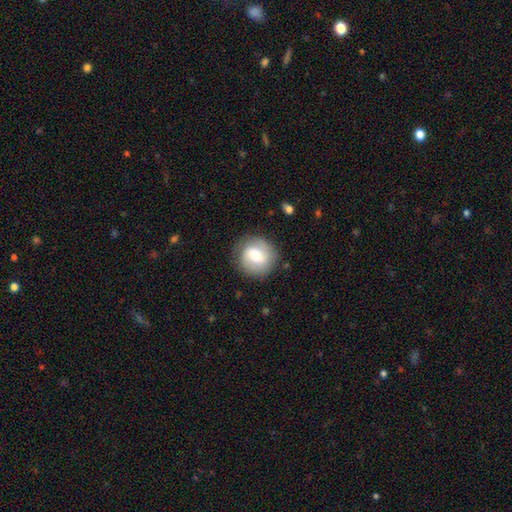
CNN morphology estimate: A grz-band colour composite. It shows a smooth galaxy with no disk features (48%). Merging: none (84%).